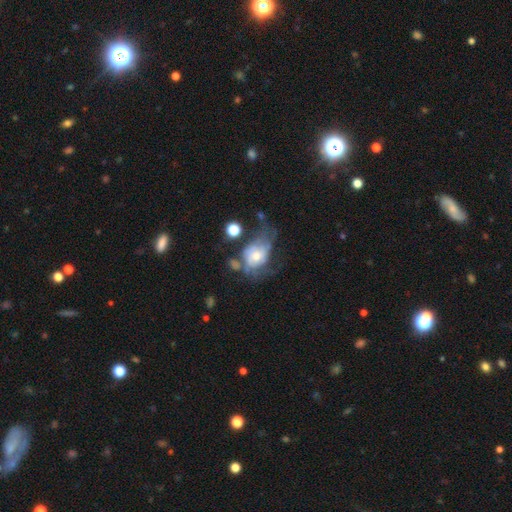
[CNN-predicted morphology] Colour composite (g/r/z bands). It shows a featured or disk galaxy (54%) with no bar (80%), no spiral arms (50%, tied with yes) and a moderate central bulge (52%). Merging: major disturbance (43%).